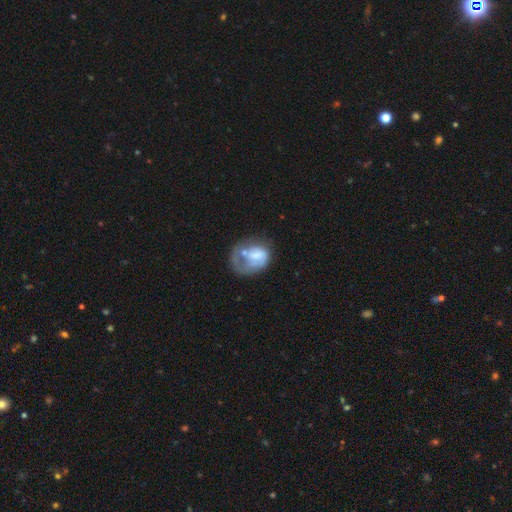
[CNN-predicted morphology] Smooth or featured? Predicted: featured or disk (p=0.49). Merging? Predicted: major disturbance (p=0.39).